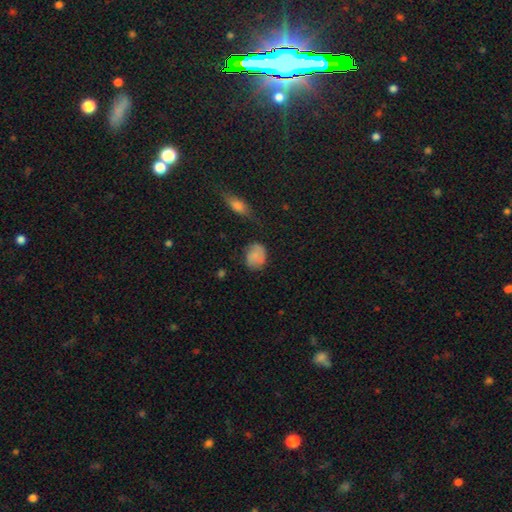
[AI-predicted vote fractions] This appears to be a smooth galaxy with no disk features (76%) that is round (49%, tied with in between). Merging: none (63%).